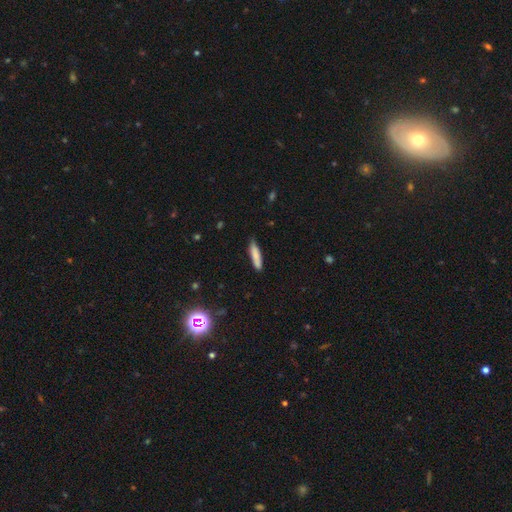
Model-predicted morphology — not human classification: A smooth galaxy with no disk features (81%) that is cigar-shaped (81%).

Vote fractions:
- Smooth or featured? smooth: 81% / featured or disk: 13% / star or artifact: 6%
- How rounded? cigar-shaped: 81% / in between: 17% / round: 1%
- Merging? none: 80% / minor disturbance: 15% / major disturbance: 2% / merger: 2%